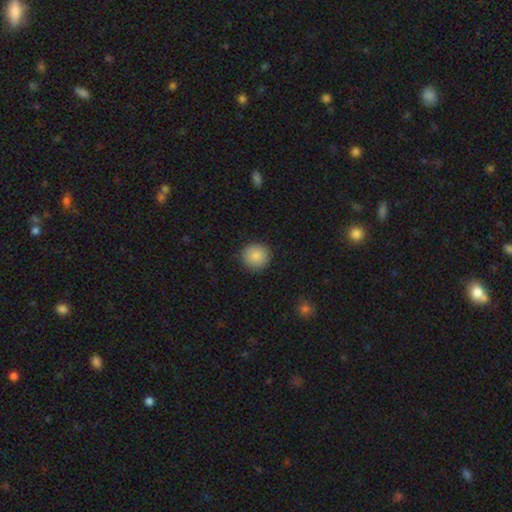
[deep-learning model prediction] This appears to be a smooth galaxy with no disk features (86%) that is round (93%). Merging: none (89%).